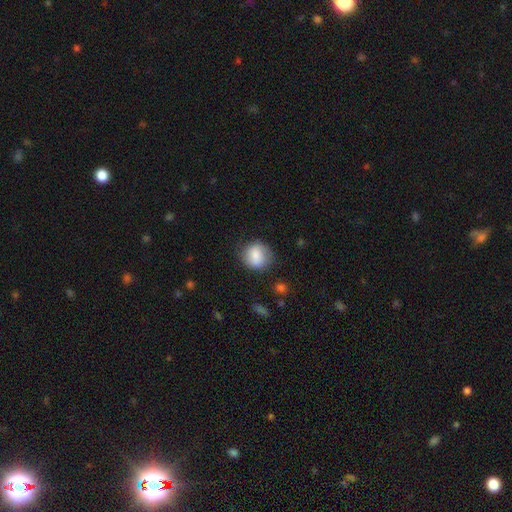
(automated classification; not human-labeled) This is likely a smooth galaxy (79%). How rounded: clearly round (82%). Merging: likely none (75%).